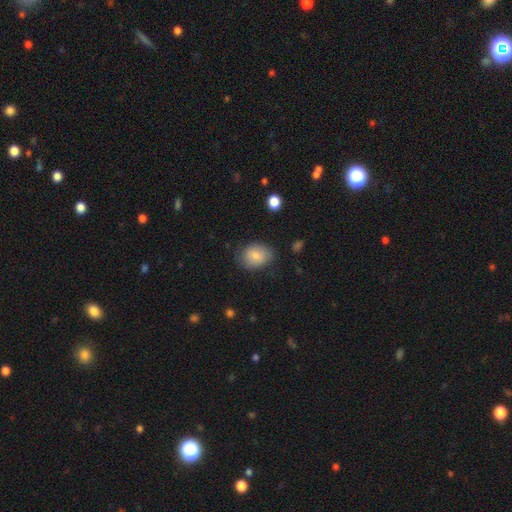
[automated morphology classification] type=smooth (78%); roundness=in between (60%); merging=none (71%).